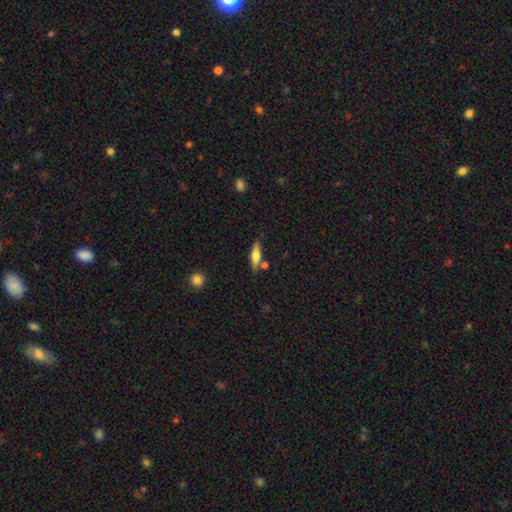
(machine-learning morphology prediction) type=smooth (57%); roundness=cigar-shaped (57%); merging=none (70%).